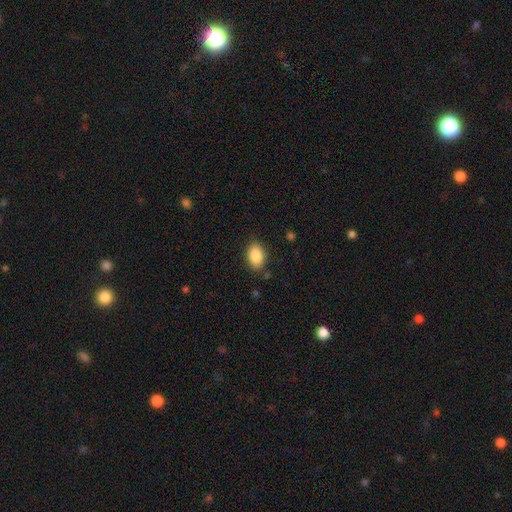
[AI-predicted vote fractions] Overall: smooth (87%). How rounded: in between (86%). Merging: none (85%).